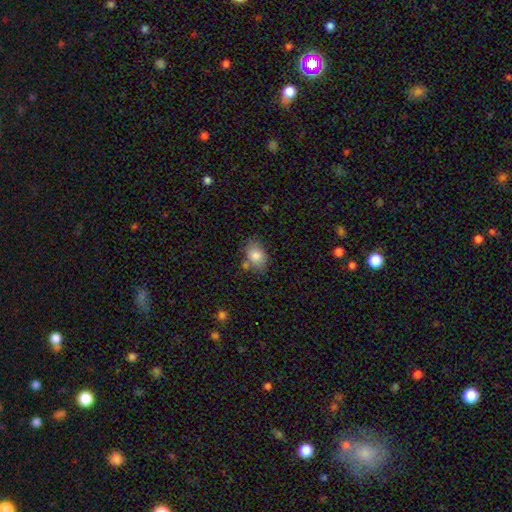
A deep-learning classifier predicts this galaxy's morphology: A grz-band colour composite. It shows a smooth galaxy with no disk features (83%) that is in between round and cigar-shaped (79%). Merging: none (66%).